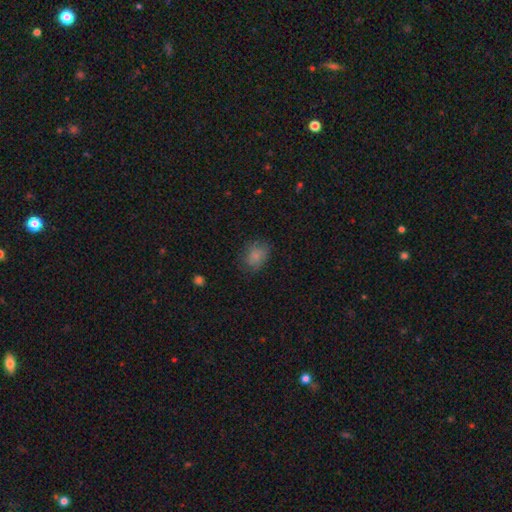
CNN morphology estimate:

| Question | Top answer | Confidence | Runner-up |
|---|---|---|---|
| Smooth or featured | smooth | 80% | featured or disk (10%) |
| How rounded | in between | 55% | round (44%) |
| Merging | none | 70% | minor disturbance (22%) |